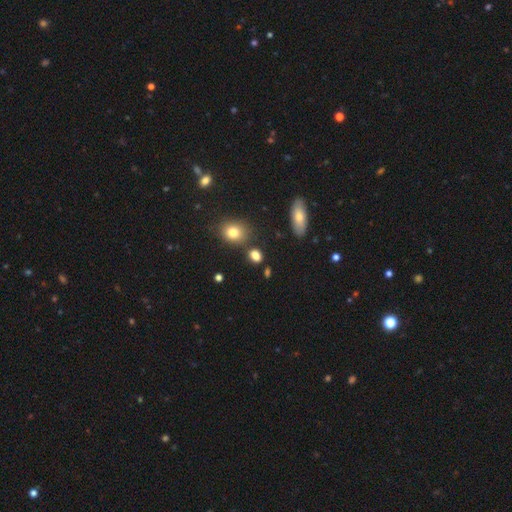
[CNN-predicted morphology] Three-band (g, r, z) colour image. It shows a smooth galaxy with no disk features (81%) that is in between round and cigar-shaped (60%). Merging: none (76%).